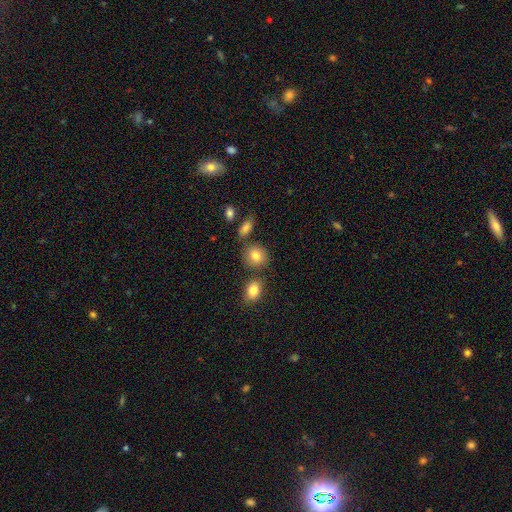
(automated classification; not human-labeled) Overall: smooth (82%). How rounded: round (77%). Merging: none (75%).